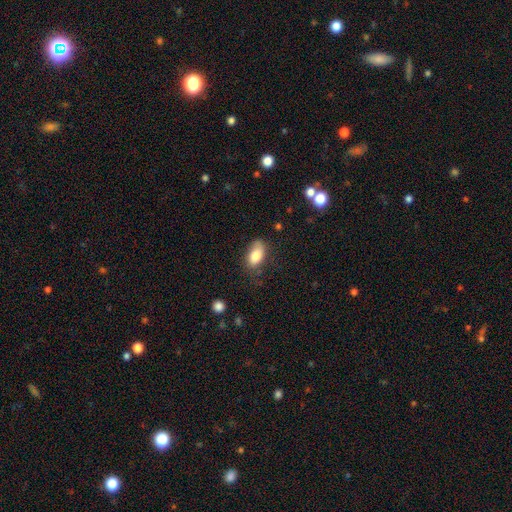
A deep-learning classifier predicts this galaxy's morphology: Smooth or featured: smooth — 82% (featured or disk — 10%)
How rounded: in between — 92% (round — 5%)
Merging: none — 62% (minor disturbance — 27%)